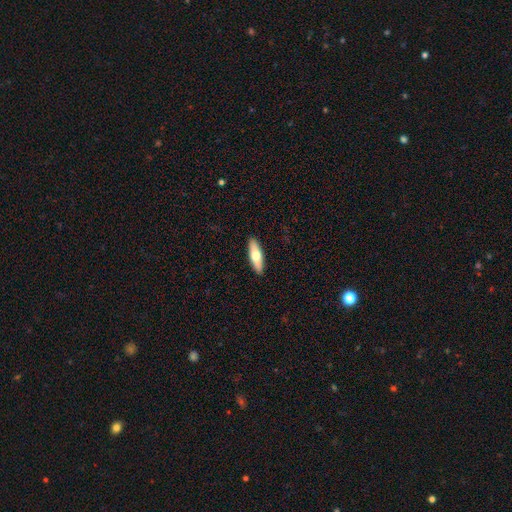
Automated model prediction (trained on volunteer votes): Overall: smooth (64%; featured or disk 31%). How rounded: cigar-shaped (52%; in between 46%). Merging: none (91%).